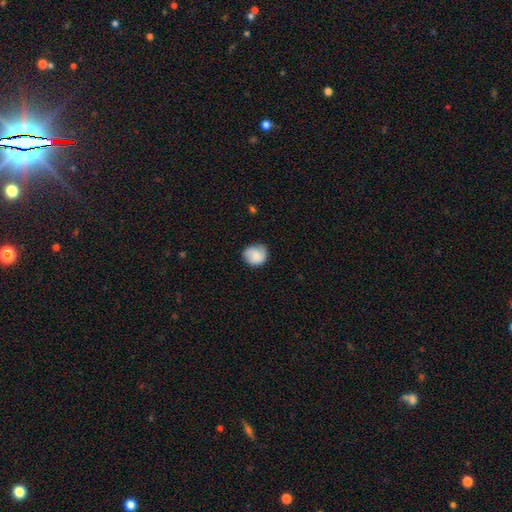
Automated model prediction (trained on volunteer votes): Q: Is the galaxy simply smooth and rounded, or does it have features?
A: smooth — 78%.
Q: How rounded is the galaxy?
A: round — 80%.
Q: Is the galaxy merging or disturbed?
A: none — 73%.